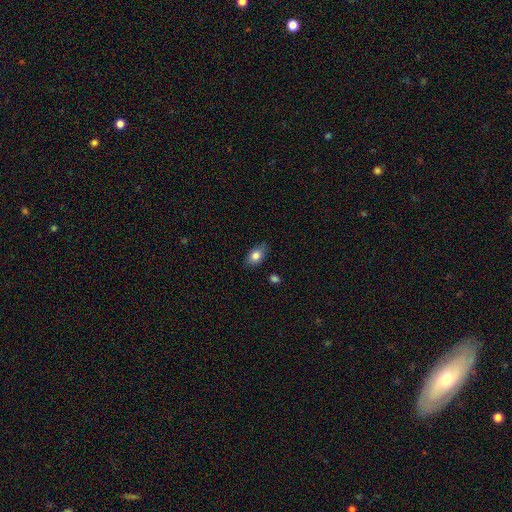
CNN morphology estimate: Smooth or featured? Predicted: smooth (p=0.79). How rounded? Predicted: in between (p=0.86). Merging? Predicted: none (p=0.82).